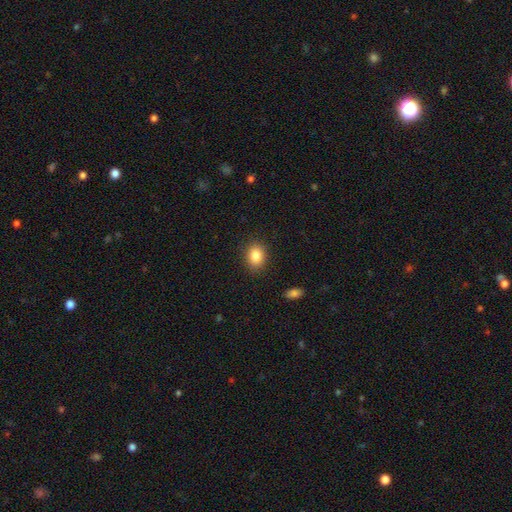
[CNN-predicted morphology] Smooth or featured: smooth — 85% (star or artifact — 9%)
How rounded: in between — 62% (round — 37%)
Merging: none — 88% (minor disturbance — 8%)